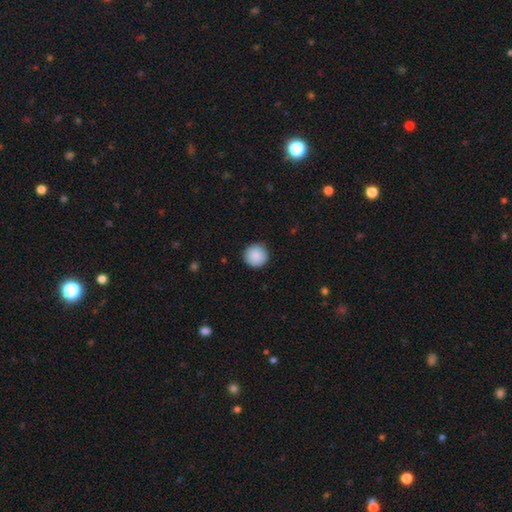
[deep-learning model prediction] Smooth or featured? smooth (90%)
How rounded? round (96%)
Merging? none (92%)